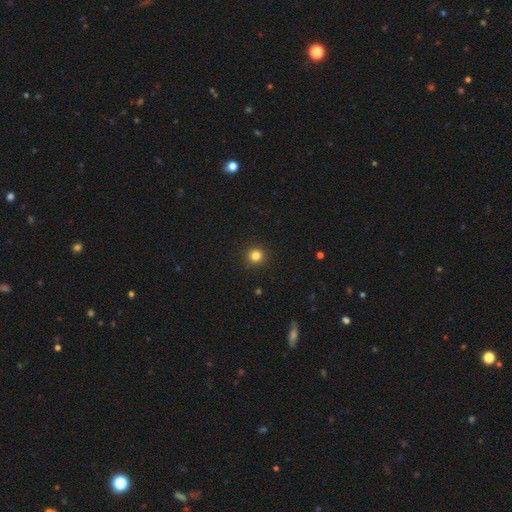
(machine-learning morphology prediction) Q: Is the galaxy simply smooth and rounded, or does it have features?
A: smooth — 82%.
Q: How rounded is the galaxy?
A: round — 95%.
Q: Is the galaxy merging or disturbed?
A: none — 93%.